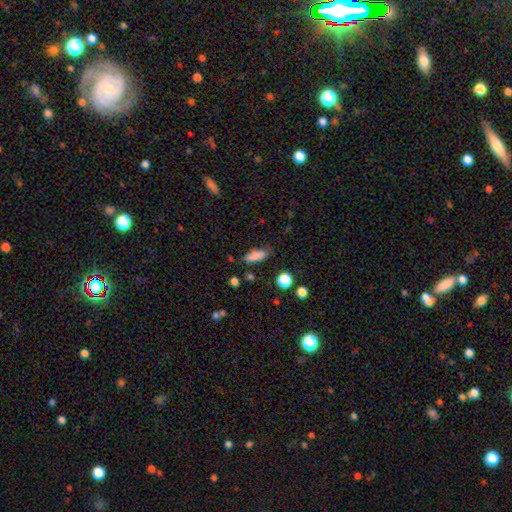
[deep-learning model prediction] Morphology: type=smooth (84%); roundness=in between (70%); merging=none (69%).